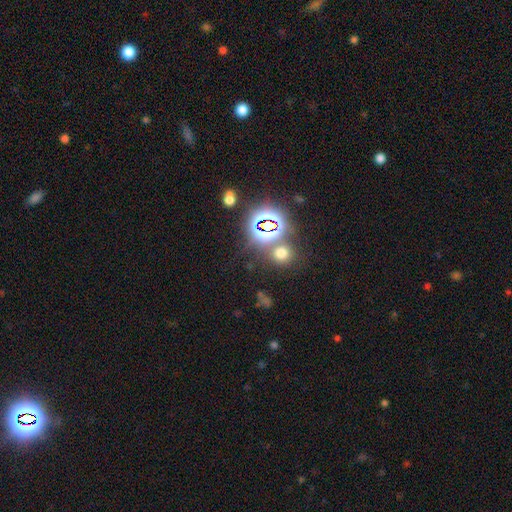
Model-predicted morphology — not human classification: Smooth or featured: star or artifact — 82% (smooth — 11%)